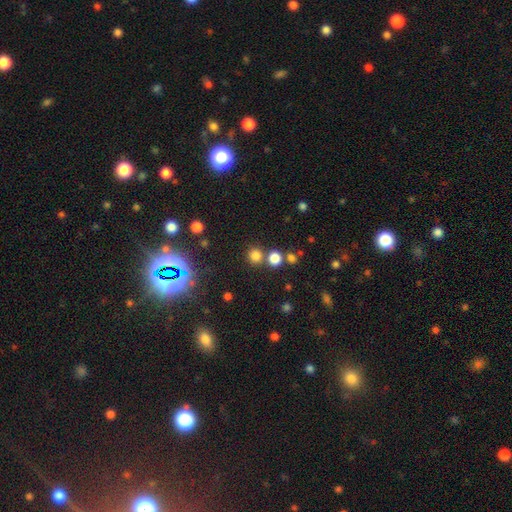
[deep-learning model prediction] smooth-or-featured: smooth: 75% | star or artifact: 19% | featured or disk: 5%
  how-rounded: round: 90% | in between: 9% | cigar-shaped: 1%
  merging: none: 74% | merger: 16% | minor disturbance: 7% | major disturbance: 3%